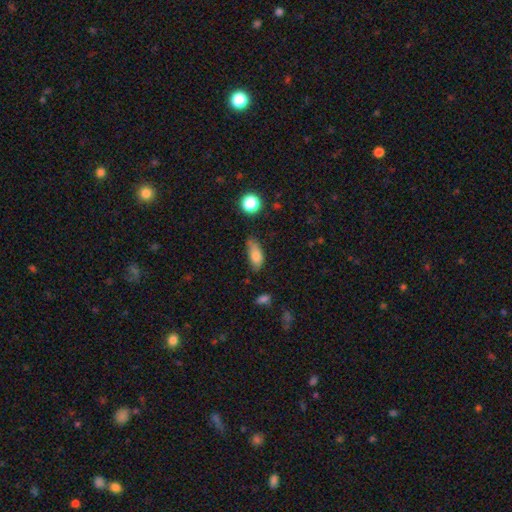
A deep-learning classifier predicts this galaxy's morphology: Smooth or featured?
  - smooth: 79% *
  - featured or disk: 11%
  - star or artifact: 9%
How rounded?
  - in between: 80% *
  - cigar-shaped: 15%
  - round: 5%
Merging?
  - none: 48% *
  - minor disturbance: 37%
  - major disturbance: 11%
  - merger: 4%